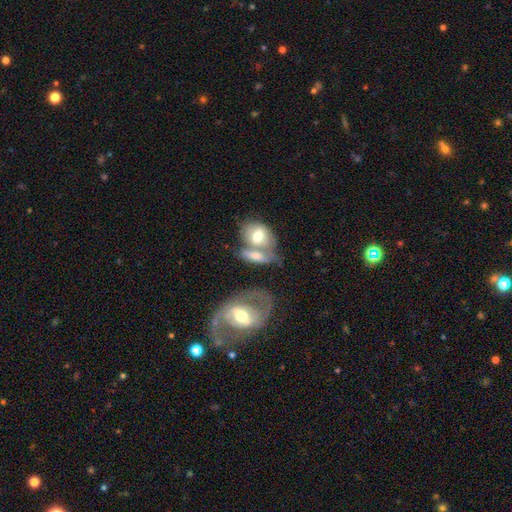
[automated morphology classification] smooth-or-featured: smooth: 52% | featured or disk: 41% | star or artifact: 7%
  how-rounded: in between: 74% | round: 18% | cigar-shaped: 8%
  merging: merger: 61% | none: 23% | minor disturbance: 10% | major disturbance: 6%